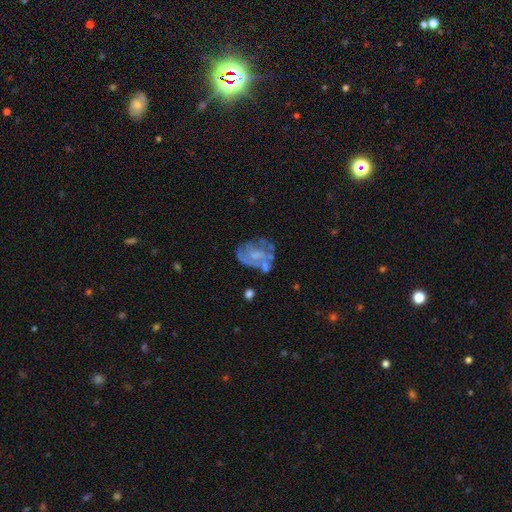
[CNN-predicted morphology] This is likely a featured or disk galaxy (73%). It is clearly not viewed edge-on (98%). Bar: likely no (65%). Spiral arm pattern: likely yes (69%). Central bulge: marginally small (39%). Merging: possibly none (47%).